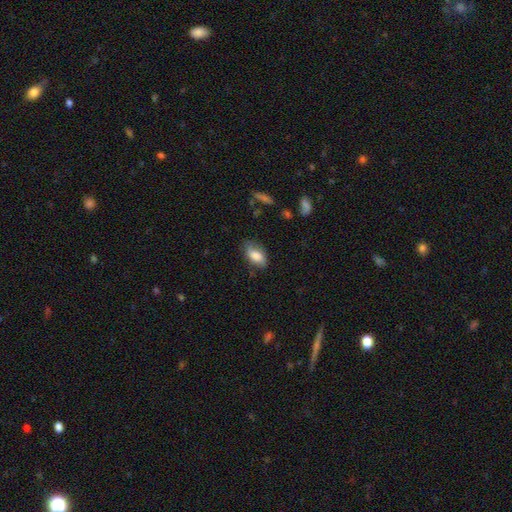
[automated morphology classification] type=smooth (79%); roundness=in between (91%); merging=none (67%).